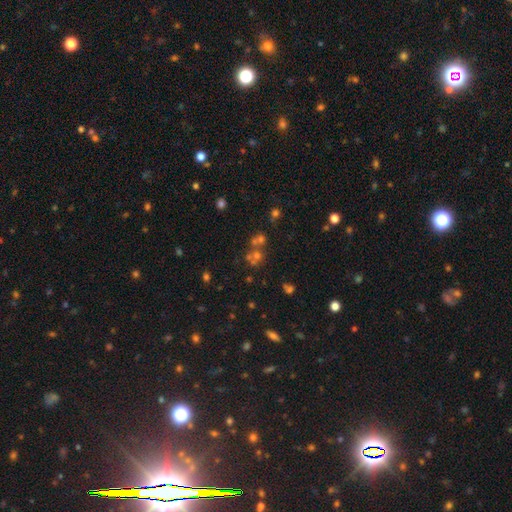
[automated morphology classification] Smooth or featured?
  - star or artifact: 44% *
  - smooth: 39%
  - featured or disk: 17%